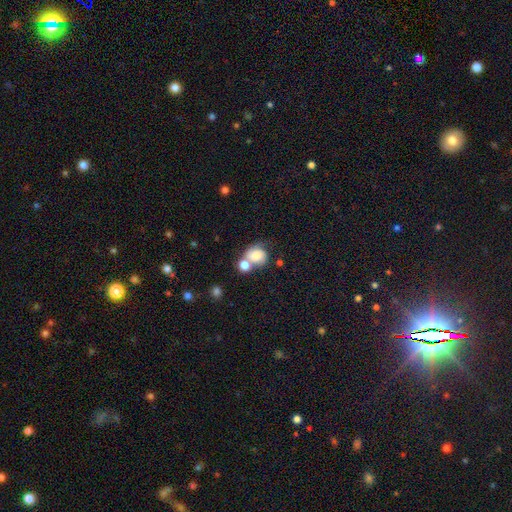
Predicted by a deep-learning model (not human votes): smooth_or_featured: smooth (p=0.67) [alt: featured or disk p=0.24]
how_rounded: round (p=0.66) [alt: in between p=0.33]
merging: merger (p=0.47) [alt: none p=0.29]